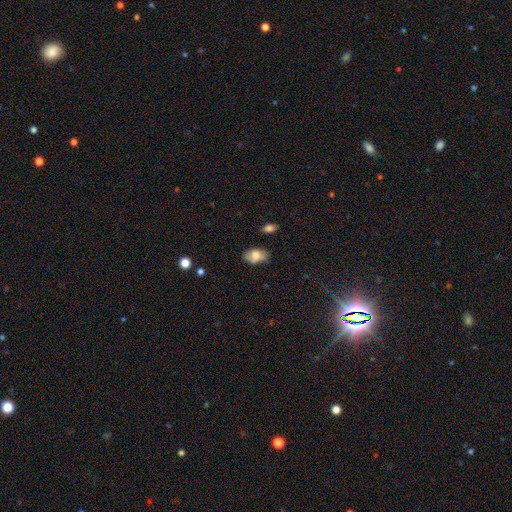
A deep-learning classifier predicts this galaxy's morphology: Smooth or featured? smooth (71%)
How rounded? in between (90%)
Merging? none (69%)